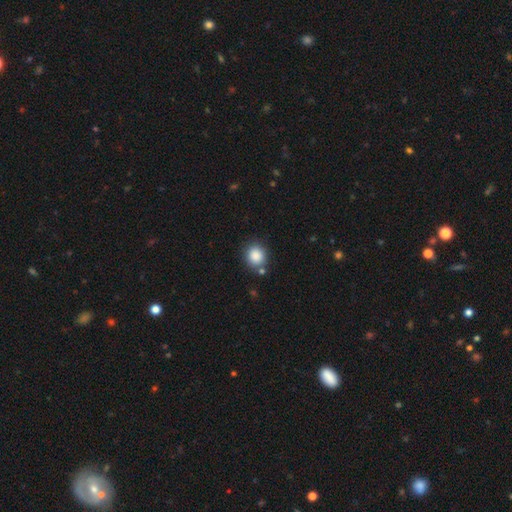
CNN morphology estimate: smooth 87%, star or artifact 9%, featured or disk 4%. Down the decision tree: how rounded — round (80%); merging — none (78%).